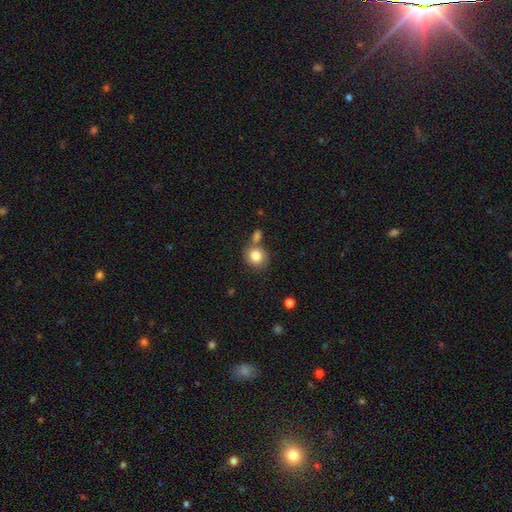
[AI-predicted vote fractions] smooth 82%, featured or disk 9%, star or artifact 8%. Down the decision tree: how rounded — round (76%); merging — none (55%).